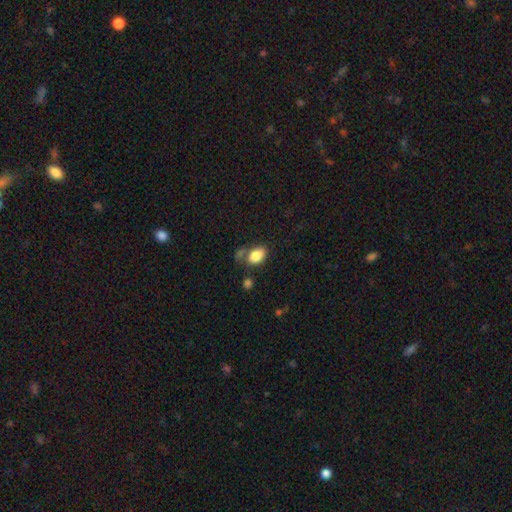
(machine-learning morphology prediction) Smooth or featured: smooth — 83% (featured or disk — 9%)
How rounded: in between — 86% (round — 13%)
Merging: none — 55% (minor disturbance — 18%)